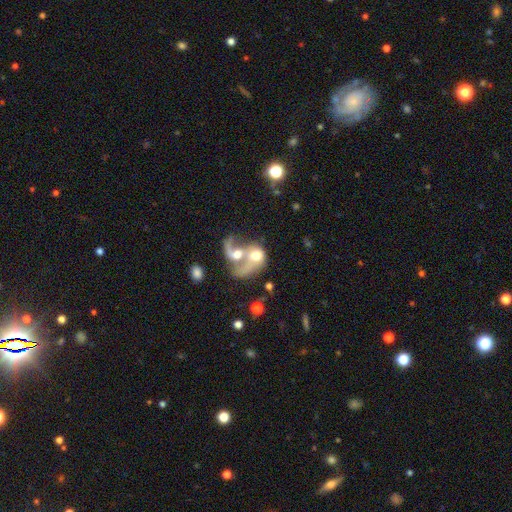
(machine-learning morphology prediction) Overall: featured or disk (51%; smooth 41%). Edge-on disk: no (97%). Merging: merger (80%).